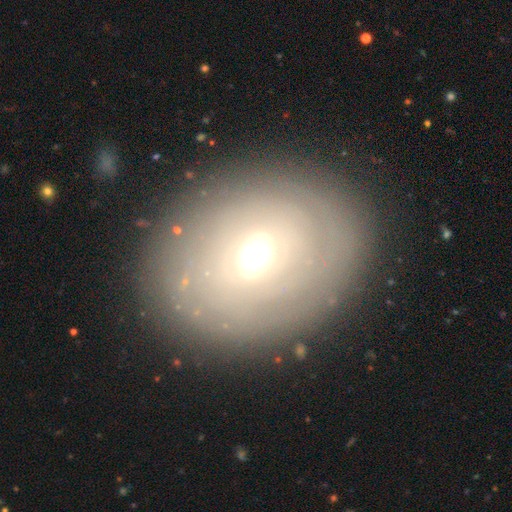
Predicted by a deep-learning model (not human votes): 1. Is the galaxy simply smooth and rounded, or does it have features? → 48% featured or disk, 40% smooth, 12% star or artifact.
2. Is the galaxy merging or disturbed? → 83% none, 11% minor disturbance, 5% major disturbance, 2% merger.